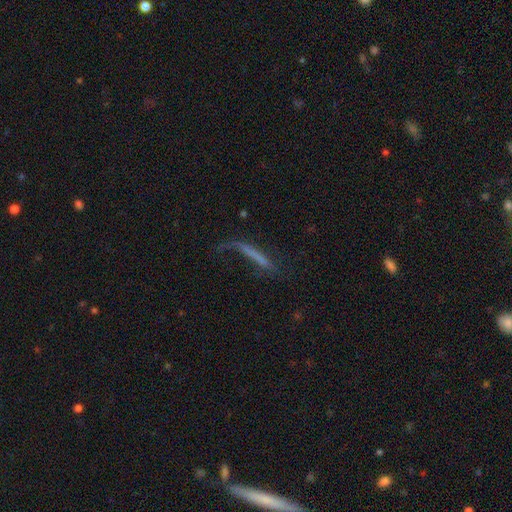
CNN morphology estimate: Overall: smooth (47%; featured or disk 42%). Merging: none (41%; major disturbance 33%).